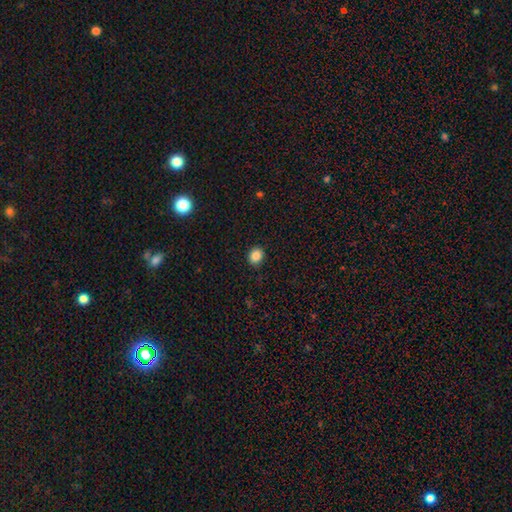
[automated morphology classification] Smooth or featured? Predicted: smooth (p=0.86). How rounded? Predicted: round (p=0.62). Merging? Predicted: none (p=0.90).